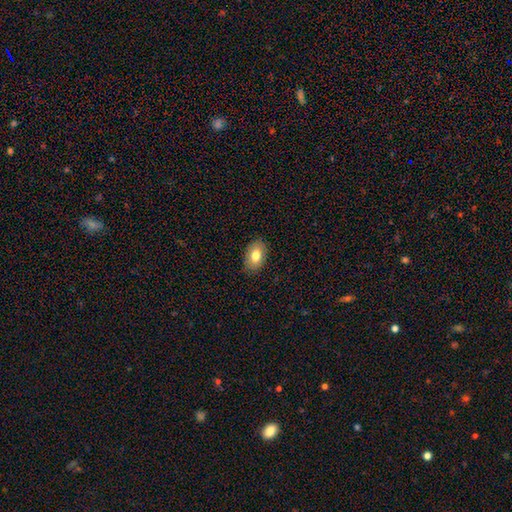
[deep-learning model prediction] smooth_or_featured: smooth (p=0.78) [alt: featured or disk p=0.15]
how_rounded: in between (p=0.88) [alt: round p=0.11]
merging: none (p=0.86) [alt: minor disturbance p=0.11]